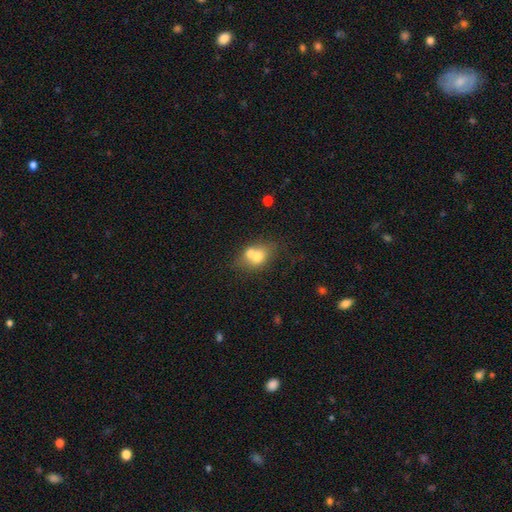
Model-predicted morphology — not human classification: A smooth galaxy with no disk features (67%) that is in between round and cigar-shaped (52%). Merging: merger (52%).